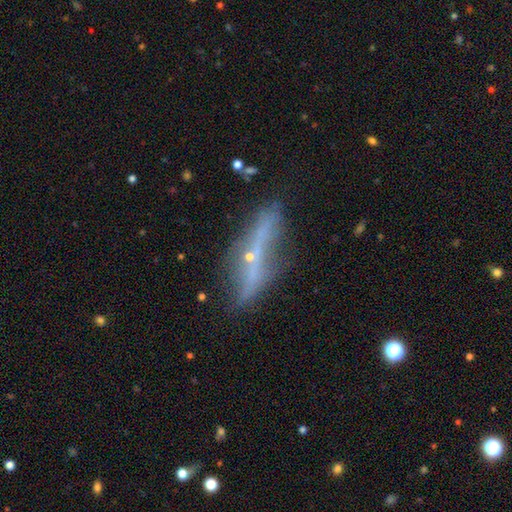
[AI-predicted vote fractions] smooth_or_featured: featured or disk (p=0.66) [alt: smooth p=0.23]
disk_edge_on: yes (p=0.77) [alt: no p=0.23]
edge_on_bulge: rounded (p=0.70) [alt: none p=0.24]
merging: none (p=0.65) [alt: minor disturbance p=0.21]